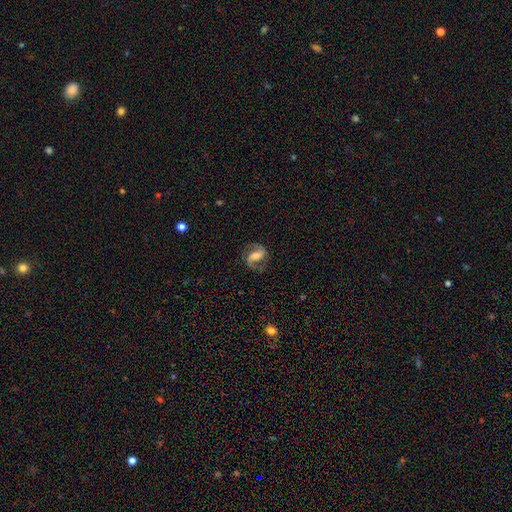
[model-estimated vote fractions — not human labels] Q: Smooth or featured?
A: featured or disk (85%); runner-up: smooth (9%)
Q: Edge-on disk?
A: no (98%); runner-up: yes (2%)
Q: Bar?
A: weak (40%); runner-up: strong (36%)
Q: Spiral arms?
A: yes (97%); runner-up: no (3%)
Q: Spiral winding?
A: medium (54%); runner-up: loose (29%)
Q: Spiral arm count?
A: 2 (93%); runner-up: 1 (2%)
Q: Bulge size?
A: moderate (55%); runner-up: small (30%)
Q: Merging?
A: none (80%); runner-up: minor disturbance (12%)